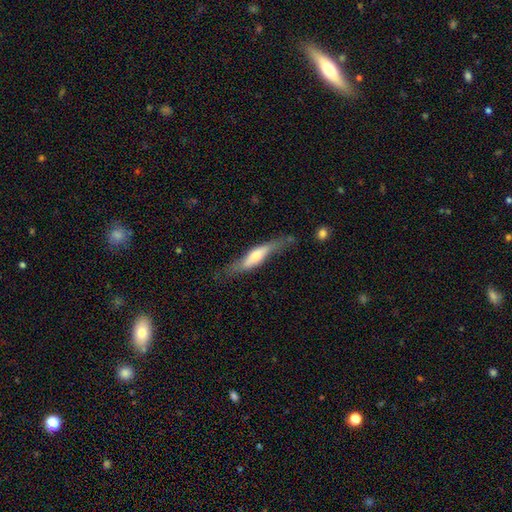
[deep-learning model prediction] Overall: smooth (48%; featured or disk 46%). Merging: none (59%; minor disturbance 26%).